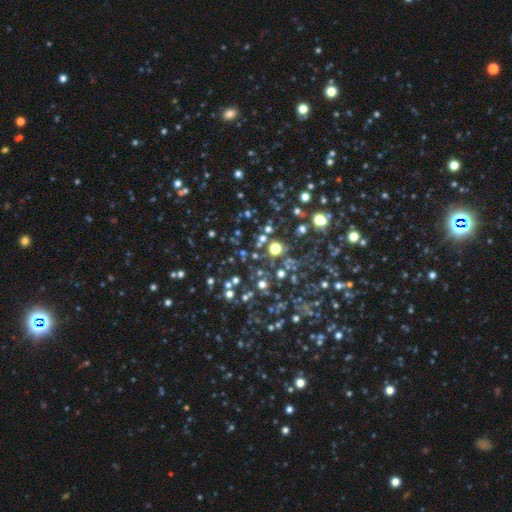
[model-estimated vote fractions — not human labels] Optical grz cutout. It shows a star or artifact, not a galaxy (66%).